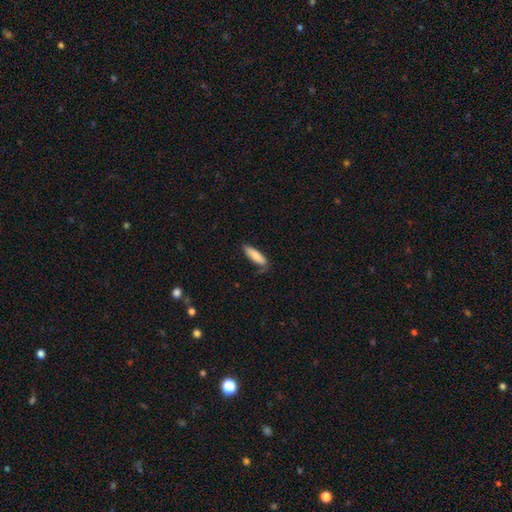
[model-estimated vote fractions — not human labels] Overall: smooth (81%). How rounded: cigar-shaped (57%; in between 42%). Merging: none (71%).